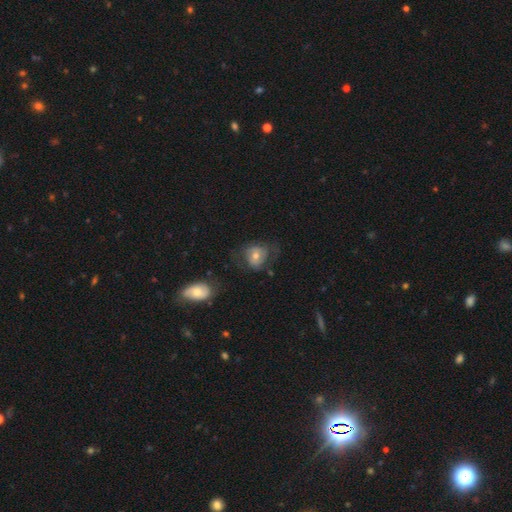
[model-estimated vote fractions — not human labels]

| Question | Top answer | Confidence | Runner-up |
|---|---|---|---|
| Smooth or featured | smooth | 49% | featured or disk (41%) |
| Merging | none | 50% | minor disturbance (24%) |